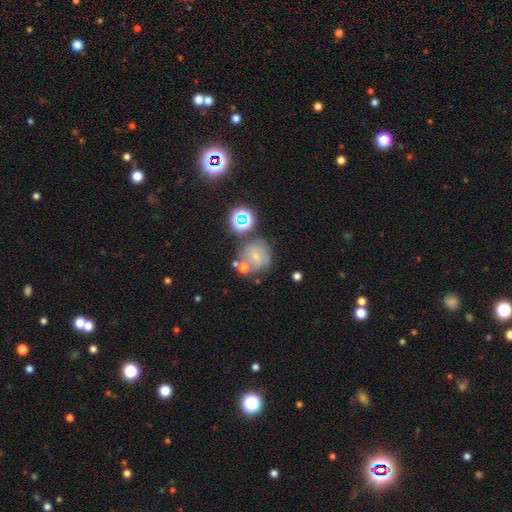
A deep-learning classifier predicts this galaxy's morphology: smooth_or_featured: smooth (p=0.46) [alt: featured or disk p=0.33]
merging: none (p=0.54) [alt: minor disturbance p=0.19]